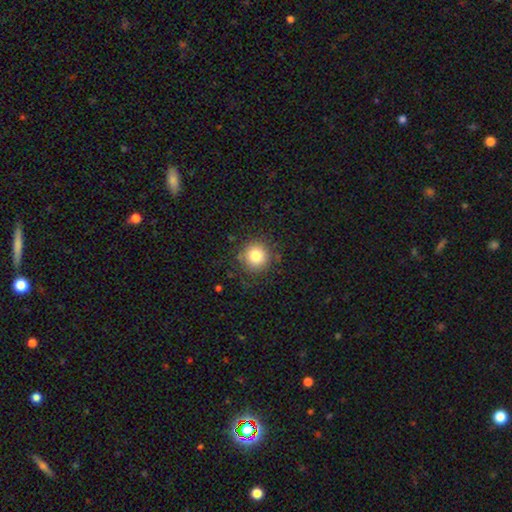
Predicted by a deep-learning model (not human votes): smooth 82%, star or artifact 11%, featured or disk 7%. Down the decision tree: how rounded — round (94%); merging — none (85%).